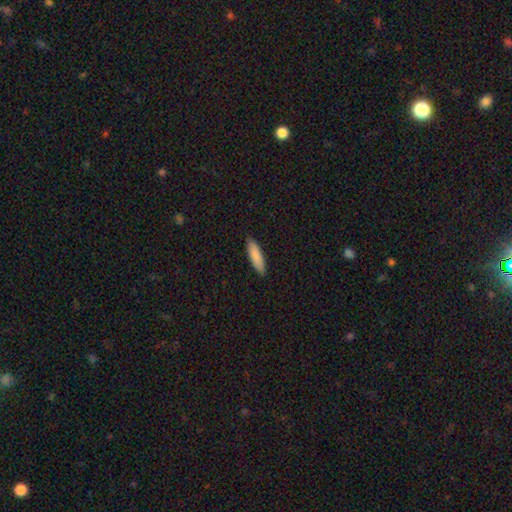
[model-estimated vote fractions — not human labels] This appears to be a smooth galaxy with no disk features (87%) that is cigar-shaped (64%). Merging: none (89%).